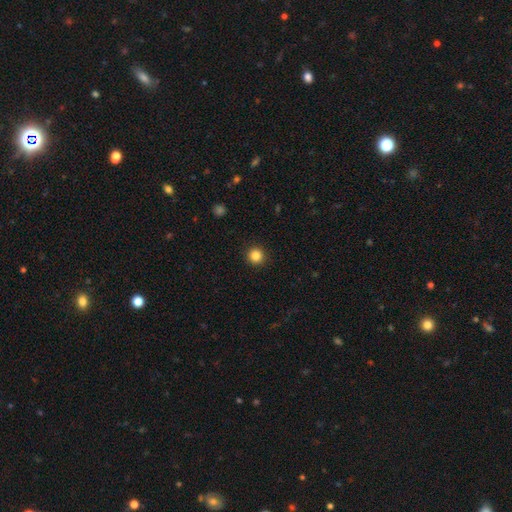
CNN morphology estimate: Overall: smooth (85%). How rounded: round (95%). Merging: none (92%).